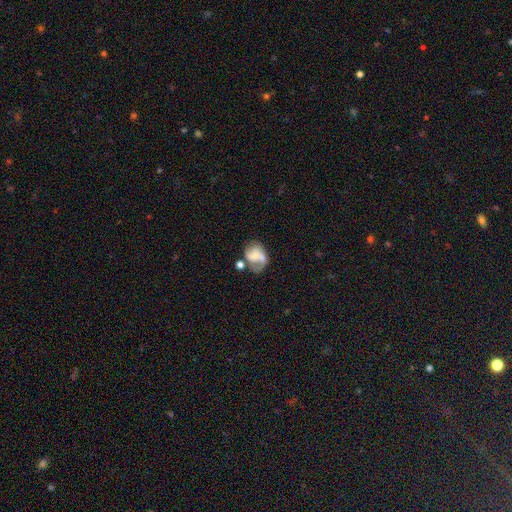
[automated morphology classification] This is possibly a featured or disk galaxy (52%). It is clearly not viewed edge-on (97%). Bar: likely no (62%). Spiral arm pattern: likely yes (71%). Central bulge: marginally small (39%). Merging: marginally none (31%).